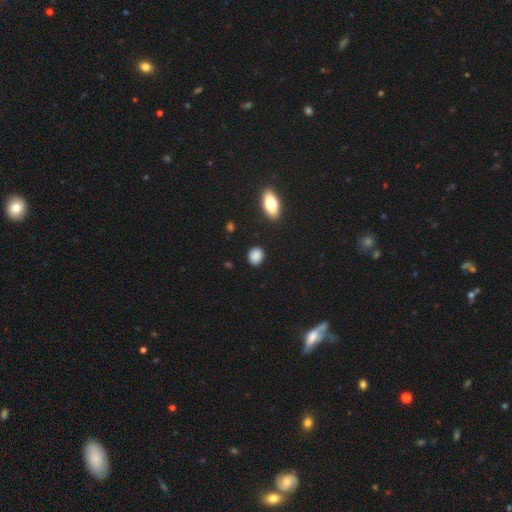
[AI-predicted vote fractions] Smooth or featured? smooth (87%)
How rounded? round (61%)
Merging? none (87%)